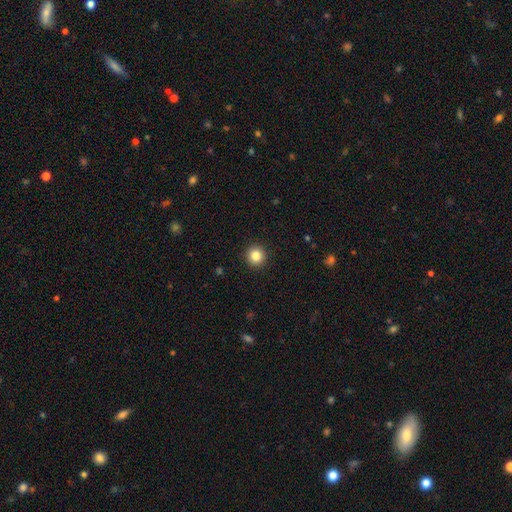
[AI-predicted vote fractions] Morphology: type=smooth (84%); roundness=round (94%); merging=none (93%).